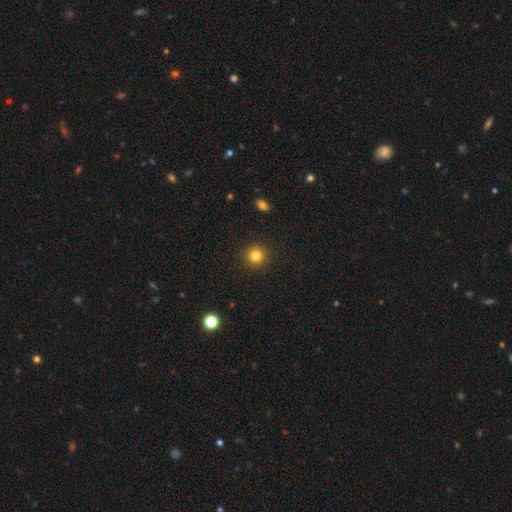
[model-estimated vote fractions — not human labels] A smooth galaxy with no disk features (82%) that is round (95%).

Vote fractions:
- Smooth or featured? smooth: 82% / star or artifact: 13% / featured or disk: 6%
- How rounded? round: 95% / in between: 4% / cigar-shaped: 1%
- Merging? none: 92% / minor disturbance: 5% / major disturbance: 2% / merger: 1%